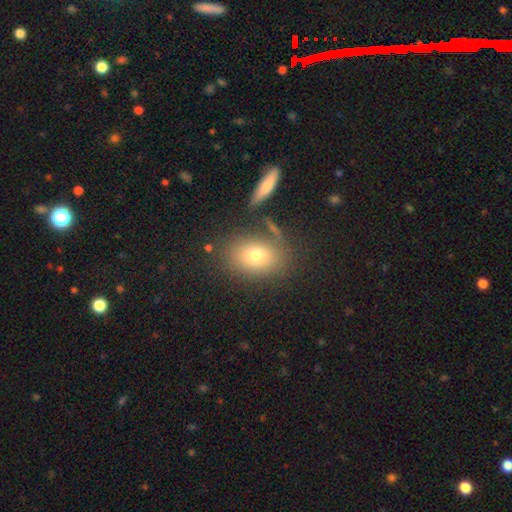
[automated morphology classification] smooth 71%, featured or disk 17%, star or artifact 13%. Down the decision tree: how rounded — in between (69%); merging — none (74%).